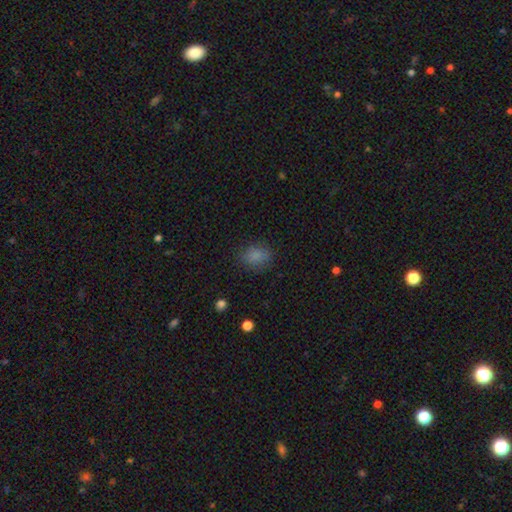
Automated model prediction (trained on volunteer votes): This appears to be a smooth galaxy with no disk features (83%) that is in between round and cigar-shaped (56%). Merging: none (80%).